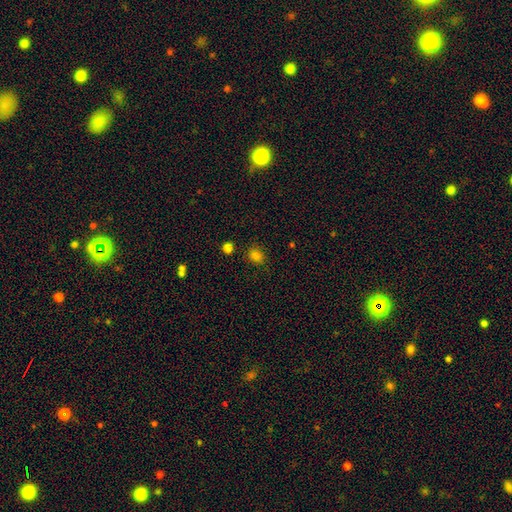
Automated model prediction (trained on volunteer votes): smooth-or-featured: smooth: 81% | star or artifact: 14% | featured or disk: 5%
  how-rounded: round: 63% | in between: 36% | cigar-shaped: 1%
  merging: none: 84% | minor disturbance: 11% | major disturbance: 3% | merger: 3%